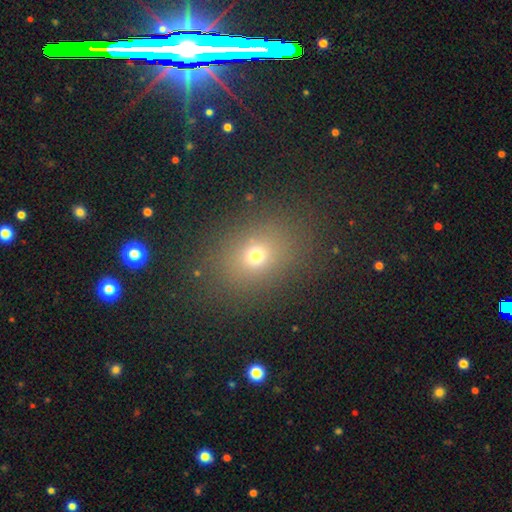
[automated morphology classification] smooth_or_featured: smooth (p=0.68) [alt: star or artifact p=0.20]
how_rounded: in between (p=0.55) [alt: round p=0.43]
merging: none (p=0.84) [alt: minor disturbance p=0.10]